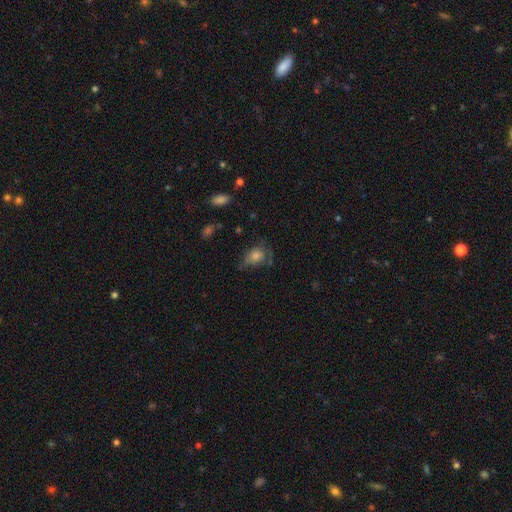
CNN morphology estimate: smooth-or-featured: smooth: 57% | featured or disk: 28% | star or artifact: 15%
  how-rounded: in between: 58% | round: 40% | cigar-shaped: 2%
  merging: none: 46% | minor disturbance: 28% | major disturbance: 23% | merger: 3%